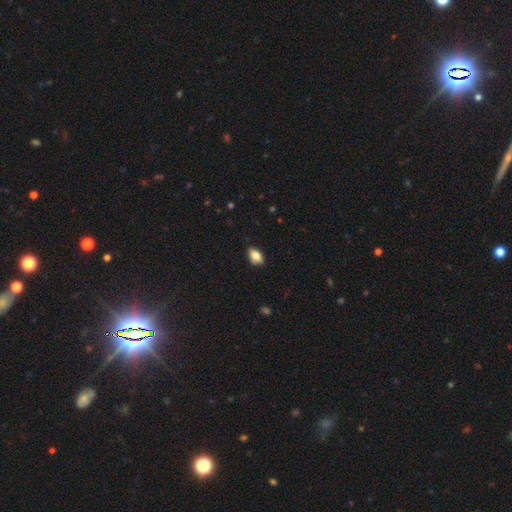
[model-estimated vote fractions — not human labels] Smooth or featured? Predicted: smooth (p=0.79). How rounded? Predicted: in between (p=0.89). Merging? Predicted: none (p=0.83).